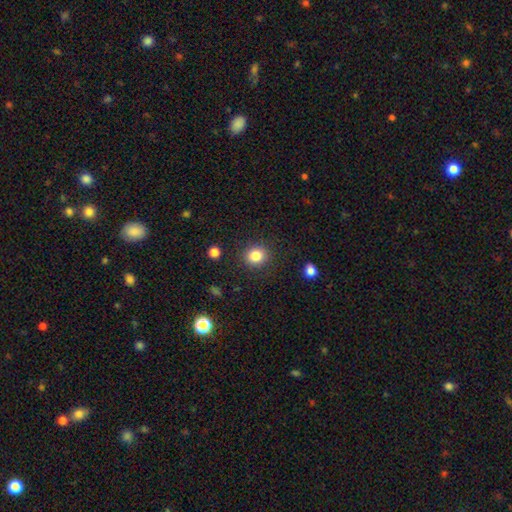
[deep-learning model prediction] Overall: smooth (83%). How rounded: round (85%). Merging: none (88%).